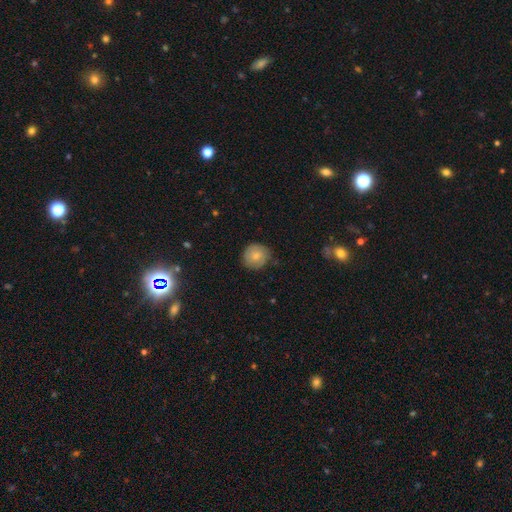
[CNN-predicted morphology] Smooth or featured? Predicted: smooth (p=0.74). How rounded? Predicted: round (p=0.90). Merging? Predicted: none (p=0.79).